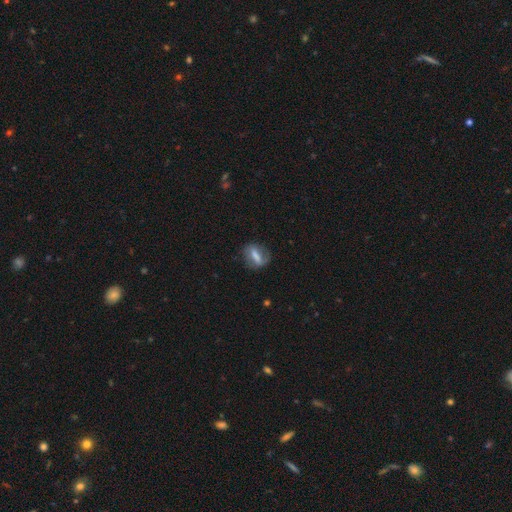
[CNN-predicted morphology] Smooth or featured? smooth (50%)
Merging? none (69%)